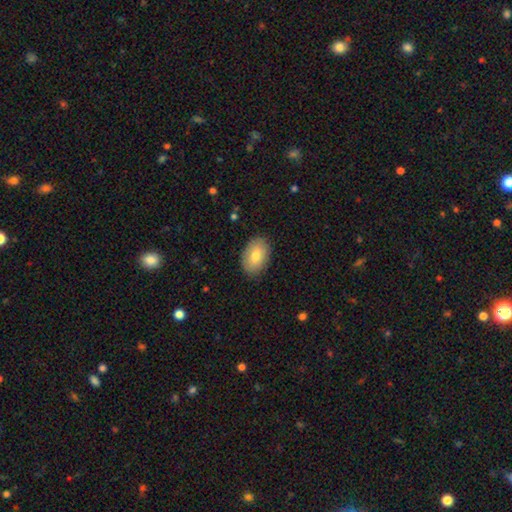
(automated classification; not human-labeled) The model was most divided on "smooth or featured": smooth: 79%, featured or disk: 14%, star or artifact: 7%. More confident: how rounded — in between (88%); merging — none (87%).